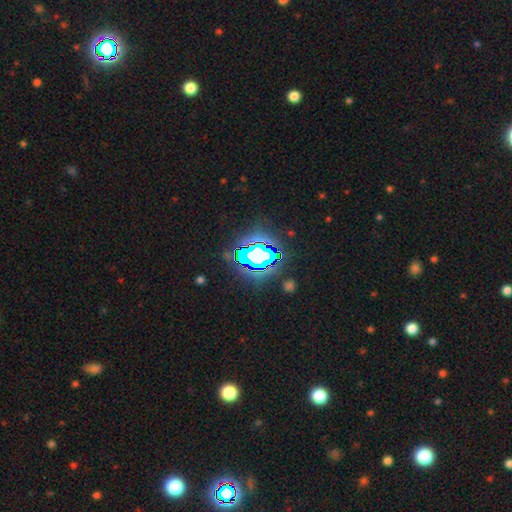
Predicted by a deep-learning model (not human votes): Overall: star or artifact (64%).